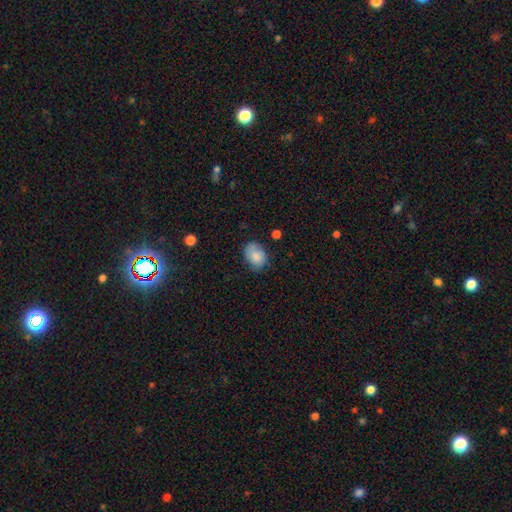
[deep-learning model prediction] A smooth galaxy with no disk features (81%) that is in between round and cigar-shaped (74%). Merging: none (68%).